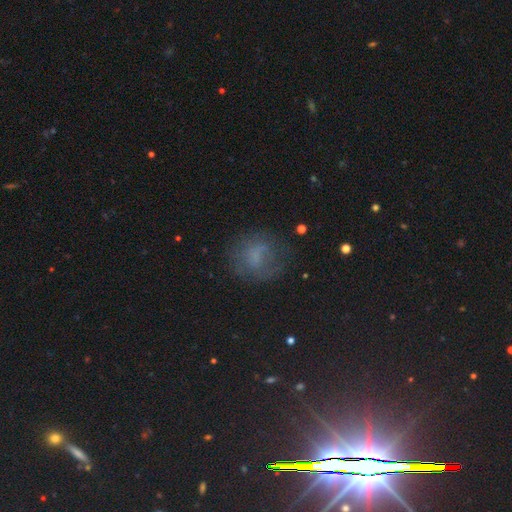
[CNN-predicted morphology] smooth_or_featured: smooth (p=0.51) [alt: featured or disk p=0.26]
how_rounded: round (p=0.71) [alt: in between p=0.28]
merging: none (p=0.60) [alt: minor disturbance p=0.21]